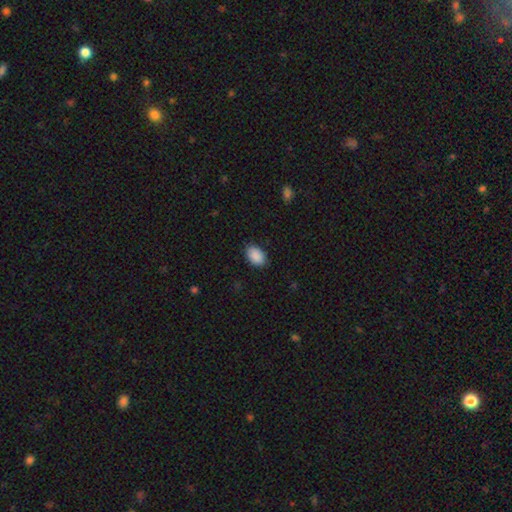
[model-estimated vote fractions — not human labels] A smooth galaxy with no disk features (90%) that is in between round and cigar-shaped (87%).

Vote fractions:
- Smooth or featured? smooth: 90% / star or artifact: 7% / featured or disk: 3%
- How rounded? in between: 87% / round: 12% / cigar-shaped: 1%
- Merging? none: 86% / minor disturbance: 11% / major disturbance: 2% / merger: 1%